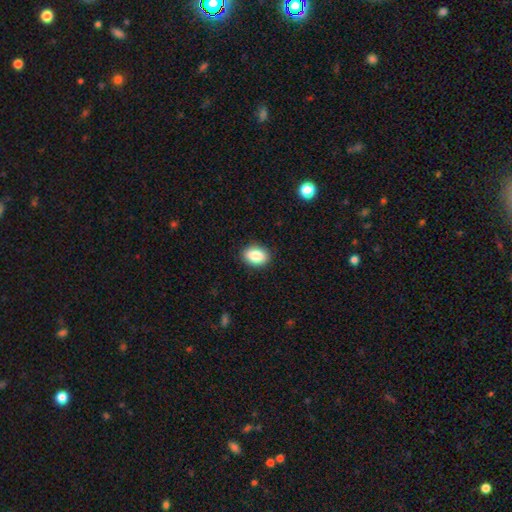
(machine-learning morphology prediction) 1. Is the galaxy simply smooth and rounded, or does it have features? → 87% smooth, 8% star or artifact, 5% featured or disk.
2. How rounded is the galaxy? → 78% in between, 21% round, 1% cigar-shaped.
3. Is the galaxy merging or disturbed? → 89% none, 8% minor disturbance, 2% major disturbance, 1% merger.